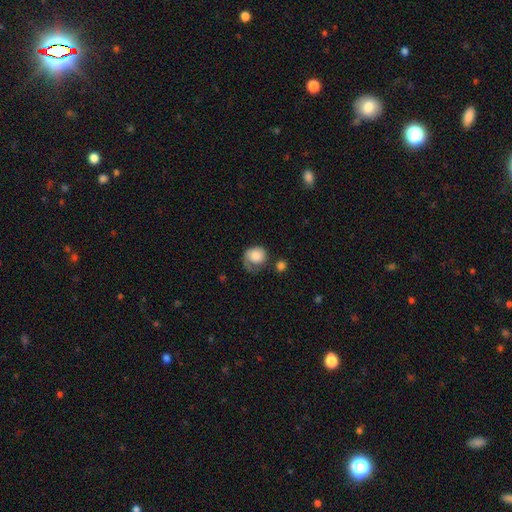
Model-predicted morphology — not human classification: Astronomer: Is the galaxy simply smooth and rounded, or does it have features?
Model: smooth — 71%.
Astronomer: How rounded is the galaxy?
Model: round — 73%.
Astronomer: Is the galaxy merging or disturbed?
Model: none — 34% (runner-up: major disturbance, 30%).